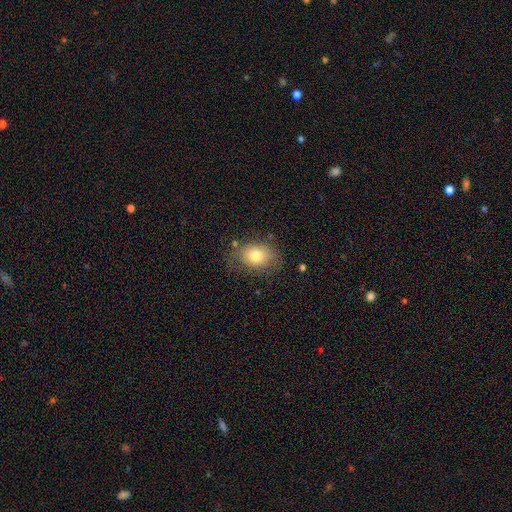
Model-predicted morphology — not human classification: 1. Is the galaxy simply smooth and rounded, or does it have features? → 75% smooth, 15% featured or disk, 10% star or artifact.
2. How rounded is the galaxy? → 68% in between, 31% round, 1% cigar-shaped.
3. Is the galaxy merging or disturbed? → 65% none, 23% minor disturbance, 9% major disturbance, 3% merger.